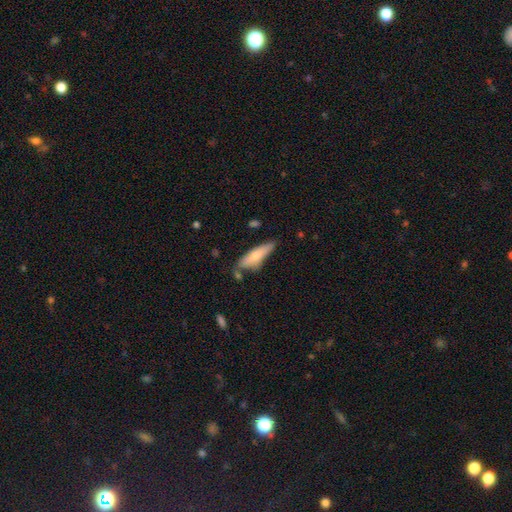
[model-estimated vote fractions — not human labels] This appears to be a smooth galaxy with no disk features (67%) that is cigar-shaped (60%). Merging: none (64%).